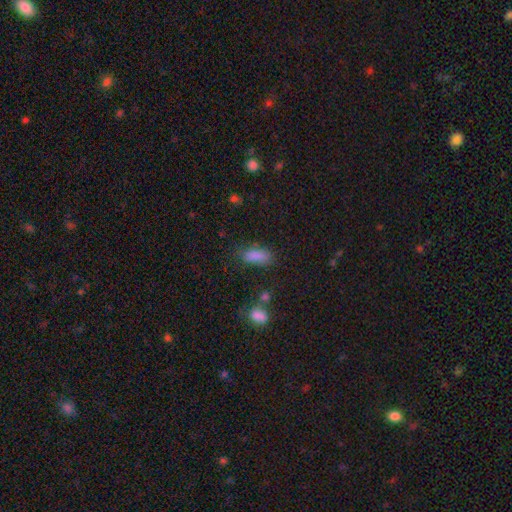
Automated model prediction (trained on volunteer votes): smooth 85%, star or artifact 10%, featured or disk 5%. Down the decision tree: how rounded — in between (83%); merging — none (69%).